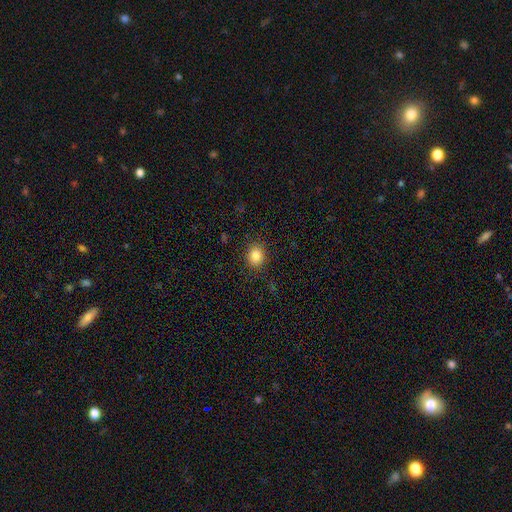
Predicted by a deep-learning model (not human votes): Smooth or featured? smooth (85%)
How rounded? round (71%)
Merging? none (88%)